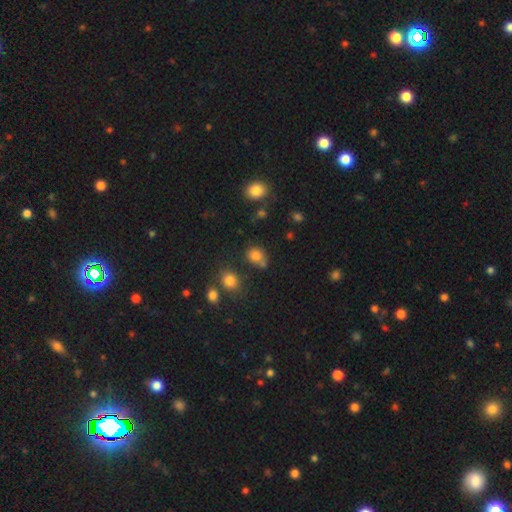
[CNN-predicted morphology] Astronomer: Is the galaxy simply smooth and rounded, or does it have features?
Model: smooth — 78%.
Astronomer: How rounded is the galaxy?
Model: round — 59% (runner-up: in between, 39%).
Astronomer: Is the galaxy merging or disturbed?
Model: none — 53%.